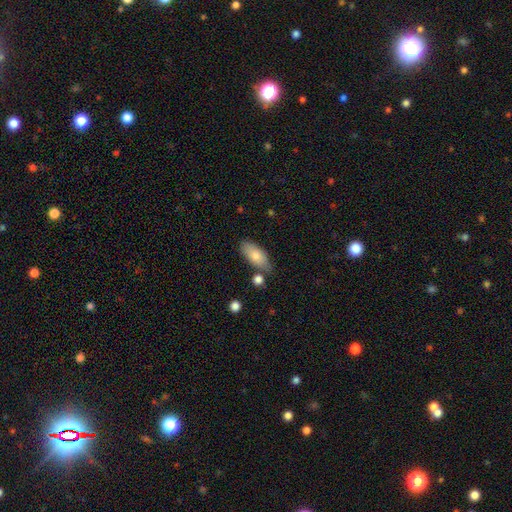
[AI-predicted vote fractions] Morphology: type=smooth (80%); roundness=in between (85%); merging=none (71%).